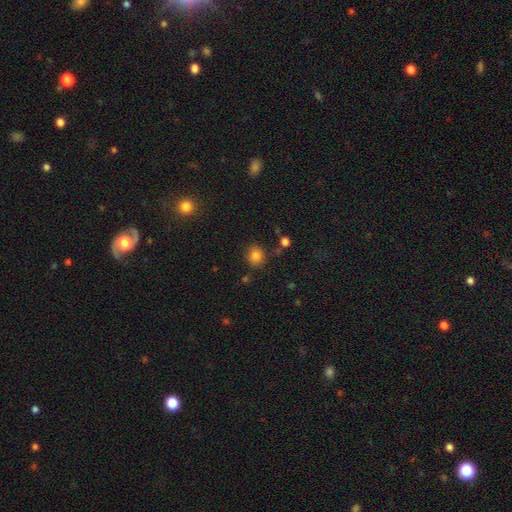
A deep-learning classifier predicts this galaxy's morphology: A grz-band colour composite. It shows a smooth galaxy with no disk features (82%) that is round (85%). Merging: none (84%).